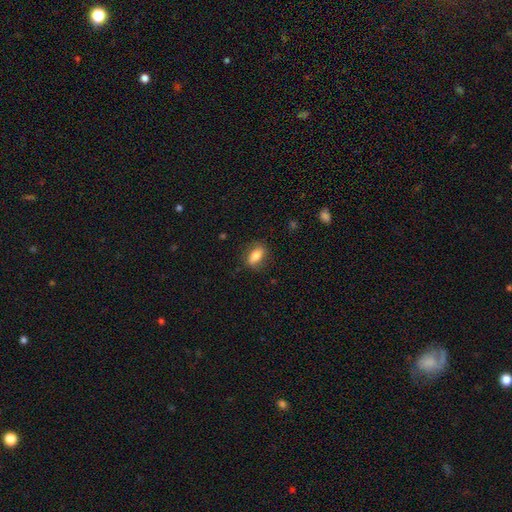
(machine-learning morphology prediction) Smooth or featured: smooth — 77% (featured or disk — 15%)
How rounded: in between — 83% (cigar-shaped — 9%)
Merging: none — 80% (minor disturbance — 14%)